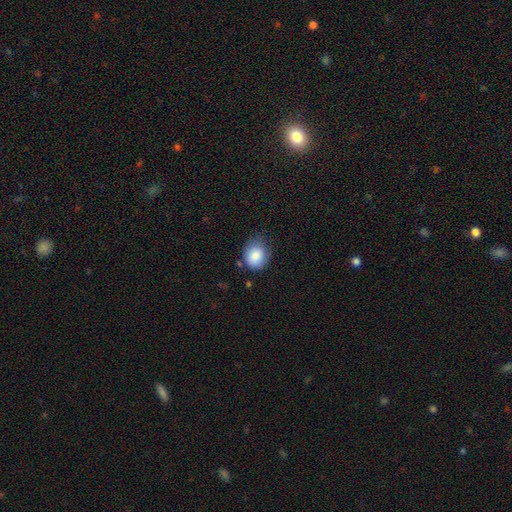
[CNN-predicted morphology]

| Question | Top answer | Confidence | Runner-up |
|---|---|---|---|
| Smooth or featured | smooth | 85% | star or artifact (8%) |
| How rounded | round | 54% | in between (45%) |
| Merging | none | 56% | minor disturbance (32%) |